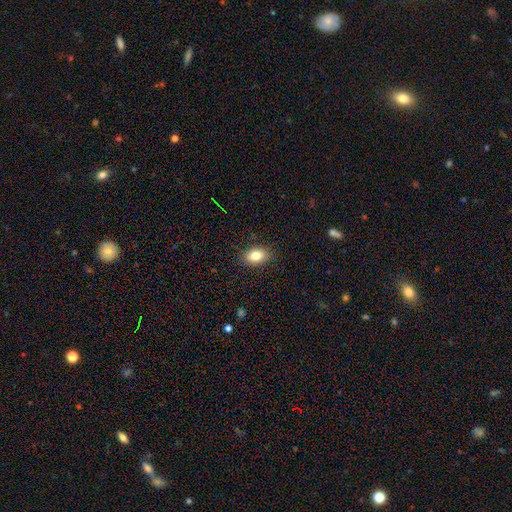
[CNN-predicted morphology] Smooth or featured? smooth (82%)
How rounded? in between (84%)
Merging? none (88%)